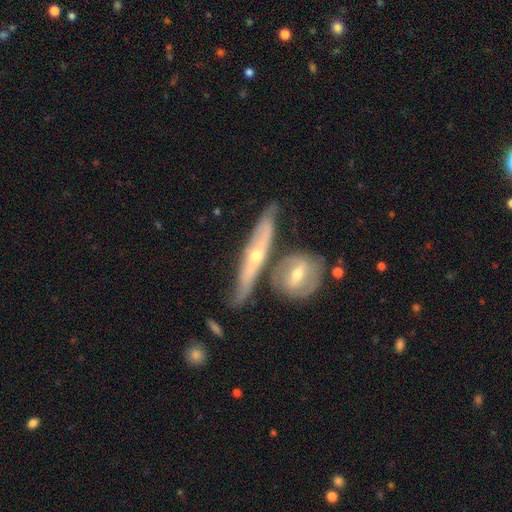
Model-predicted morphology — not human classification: Q: Smooth or featured?
A: featured or disk (70%); runner-up: smooth (24%)
Q: Edge-on disk?
A: yes (72%); runner-up: no (28%)
Q: Edge-on bulge?
A: rounded (78%); runner-up: none (19%)
Q: Merging?
A: none (57%); runner-up: merger (22%)